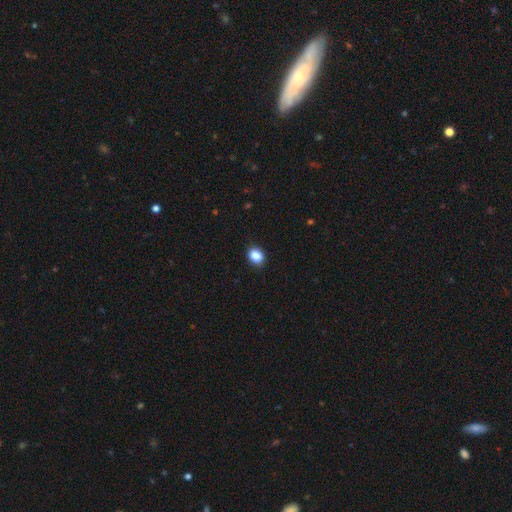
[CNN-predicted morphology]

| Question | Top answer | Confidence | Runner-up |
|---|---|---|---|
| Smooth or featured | smooth | 87% | star or artifact (9%) |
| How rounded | in between | 59% | round (40%) |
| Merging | none | 86% | minor disturbance (11%) |